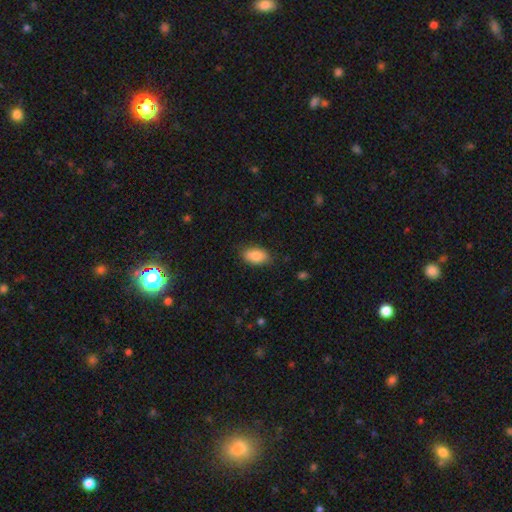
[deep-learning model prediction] Smooth or featured? smooth (87%)
How rounded? in between (92%)
Merging? none (81%)